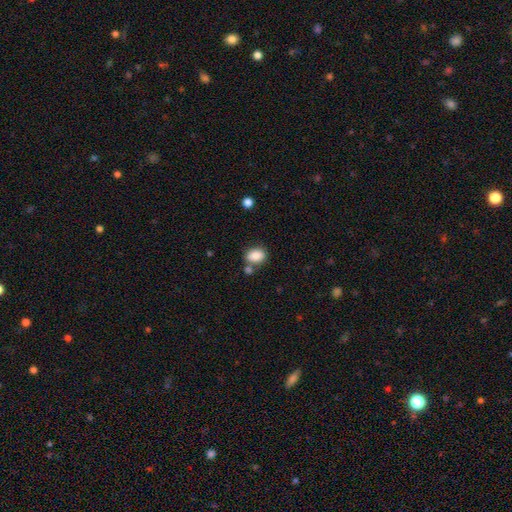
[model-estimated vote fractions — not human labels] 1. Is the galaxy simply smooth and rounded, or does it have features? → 85% smooth, 8% star or artifact, 7% featured or disk.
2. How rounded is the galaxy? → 71% in between, 28% round, 1% cigar-shaped.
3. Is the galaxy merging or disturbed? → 65% none, 18% merger, 14% minor disturbance, 4% major disturbance.